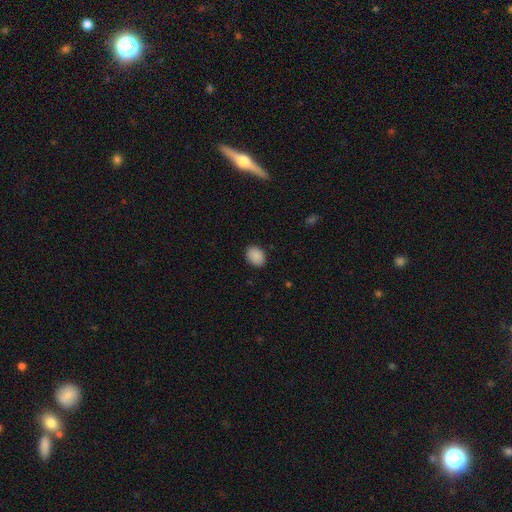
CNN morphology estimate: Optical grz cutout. It shows a smooth galaxy with no disk features (90%) that is in between round and cigar-shaped (66%). Merging: none (89%).